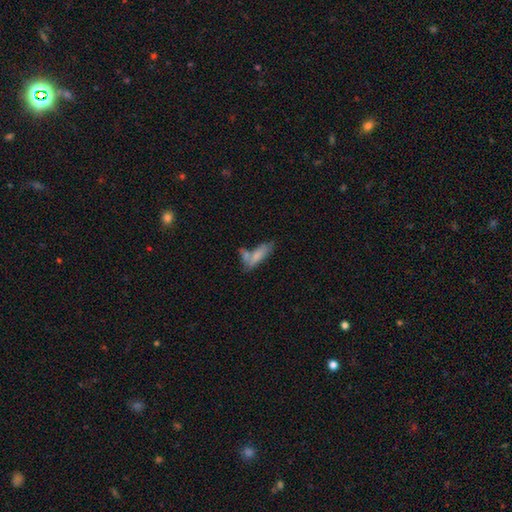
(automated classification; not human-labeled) Q: Smooth or featured?
A: smooth (73%); runner-up: featured or disk (19%)
Q: How rounded?
A: in between (53%); runner-up: cigar-shaped (44%)
Q: Merging?
A: none (42%); runner-up: merger (33%)